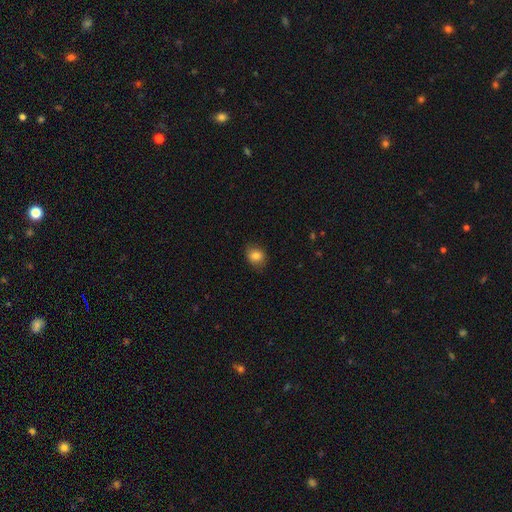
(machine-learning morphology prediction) Smooth or featured? Predicted: smooth (p=0.83). How rounded? Predicted: round (p=0.55). Merging? Predicted: none (p=0.79).